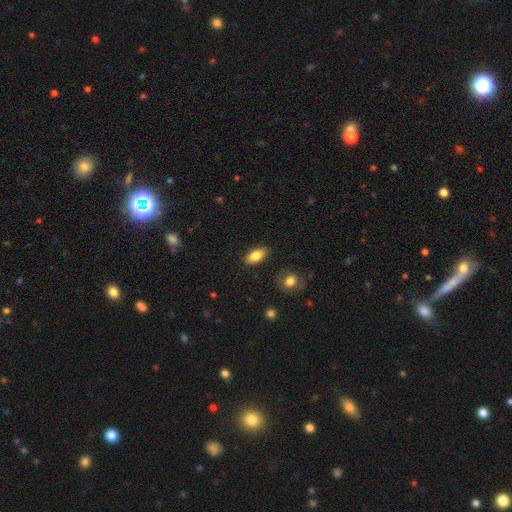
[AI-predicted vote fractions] A smooth galaxy with no disk features (81%) that is in between round and cigar-shaped (88%). Merging: none (87%).